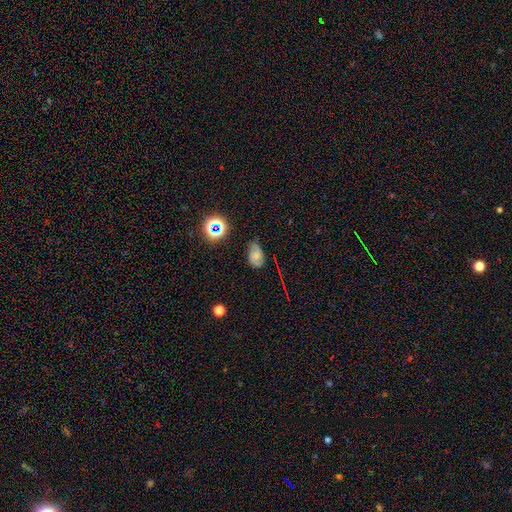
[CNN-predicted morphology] Smooth or featured? smooth (45%)
Merging? none (60%)